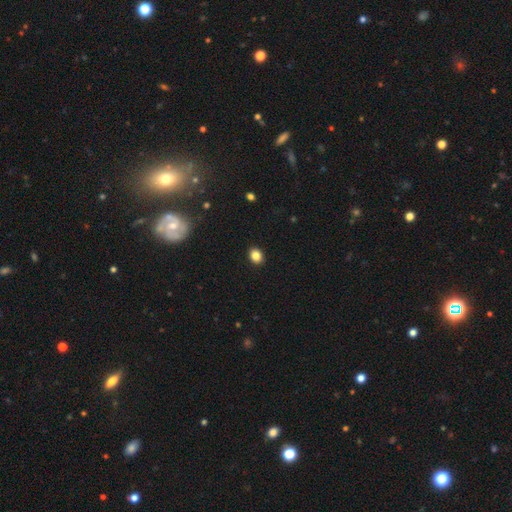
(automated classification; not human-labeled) A smooth galaxy with no disk features (85%) that is round (51%). Merging: none (91%).